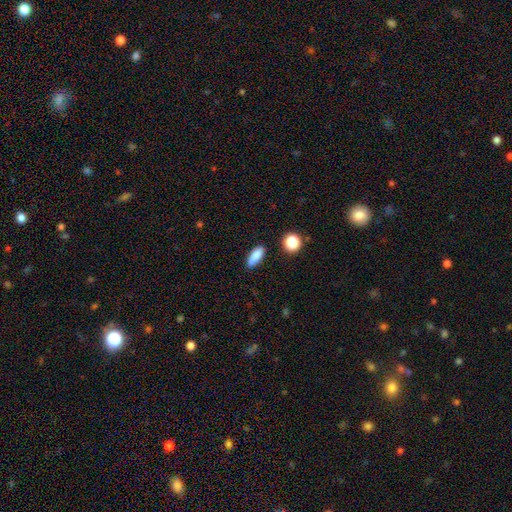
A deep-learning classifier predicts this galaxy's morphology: Smooth or featured? Predicted: smooth (p=0.84). How rounded? Predicted: in between (p=0.56). Merging? Predicted: none (p=0.84).